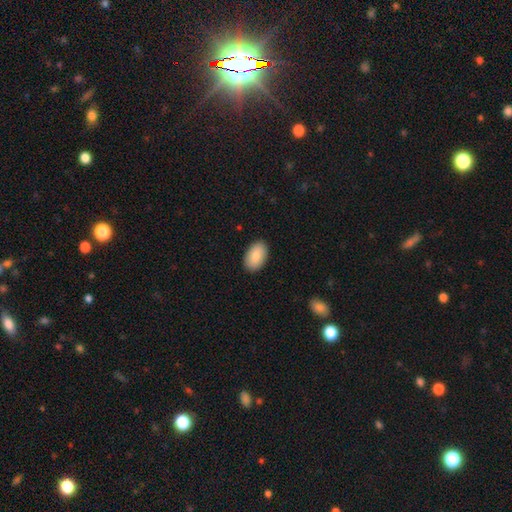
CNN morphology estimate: Smooth or featured: smooth — 86% (featured or disk — 8%)
How rounded: in between — 94% (round — 5%)
Merging: none — 90% (minor disturbance — 7%)